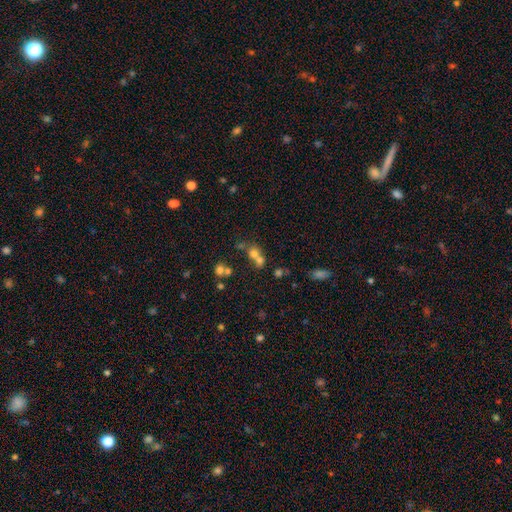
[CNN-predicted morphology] A smooth galaxy with no disk features (64%) that is round (75%).

Vote fractions:
- Smooth or featured? smooth: 64% / star or artifact: 19% / featured or disk: 18%
- How rounded? round: 75% / in between: 23% / cigar-shaped: 1%
- Merging? merger: 57% / none: 33% / minor disturbance: 6% / major disturbance: 4%